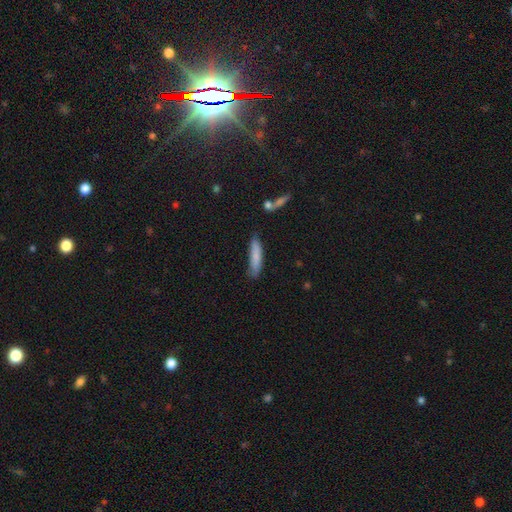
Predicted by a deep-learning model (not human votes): Morphology: type=smooth (81%); roundness=cigar-shaped (81%); merging=none (72%).